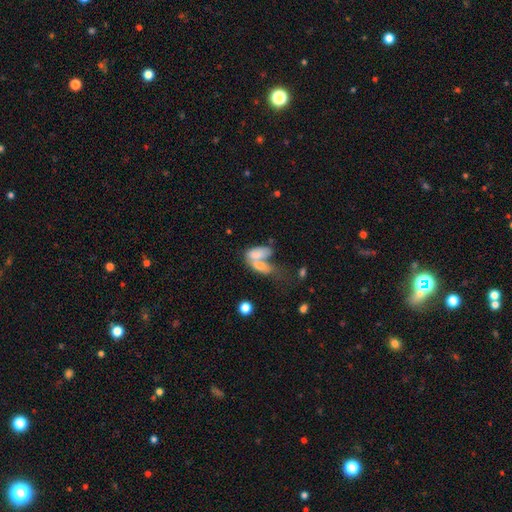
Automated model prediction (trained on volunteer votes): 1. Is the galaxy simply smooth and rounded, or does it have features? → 67% smooth, 24% featured or disk, 9% star or artifact.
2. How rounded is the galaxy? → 83% in between, 11% cigar-shaped, 6% round.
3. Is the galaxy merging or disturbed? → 66% merger, 17% none, 9% major disturbance, 8% minor disturbance.